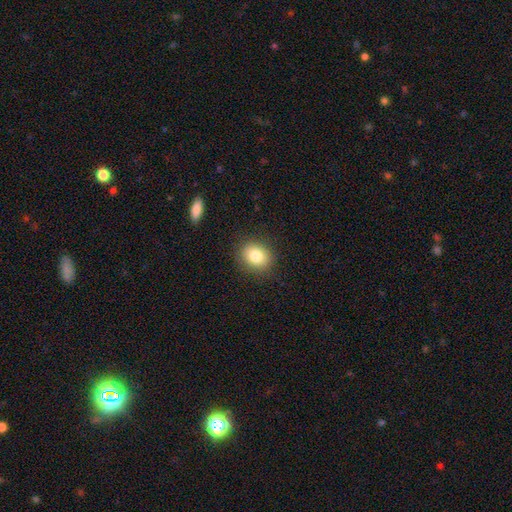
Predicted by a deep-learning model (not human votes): smooth_or_featured: smooth (p=0.82) [alt: star or artifact p=0.10]
how_rounded: round (p=0.59) [alt: in between p=0.40]
merging: none (p=0.88) [alt: minor disturbance p=0.08]